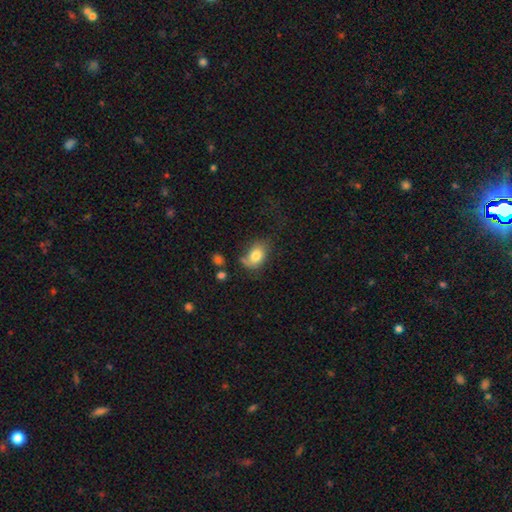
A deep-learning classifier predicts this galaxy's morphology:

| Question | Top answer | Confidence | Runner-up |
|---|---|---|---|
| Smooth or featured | smooth | 77% | featured or disk (14%) |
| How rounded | in between | 78% | round (21%) |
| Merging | none | 46% | minor disturbance (29%) |